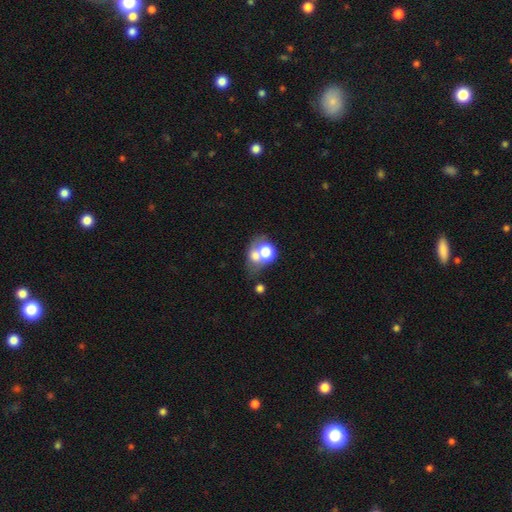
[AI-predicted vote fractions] A smooth galaxy with no disk features (62%) that is round (54%).

Vote fractions:
- Smooth or featured? smooth: 62% / featured or disk: 25% / star or artifact: 14%
- How rounded? round: 54% / in between: 45% / cigar-shaped: 1%
- Merging? merger: 57% / none: 26% / minor disturbance: 9% / major disturbance: 9%